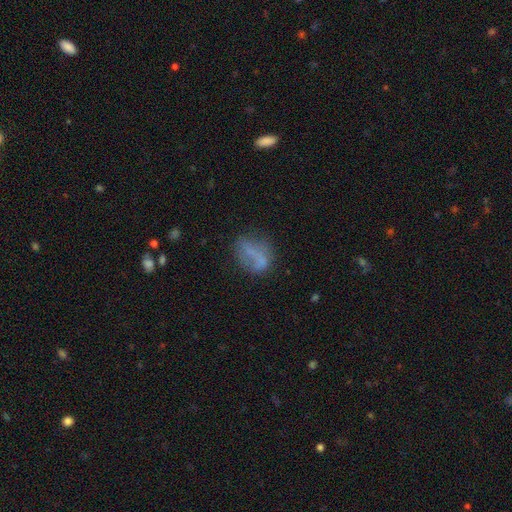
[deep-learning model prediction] A smooth galaxy with no disk features (59%) that is in between round and cigar-shaped (63%).

Vote fractions:
- Smooth or featured? smooth: 59% / featured or disk: 28% / star or artifact: 13%
- How rounded? in between: 63% / round: 29% / cigar-shaped: 8%
- Merging? none: 50% / minor disturbance: 24% / major disturbance: 18% / merger: 9%